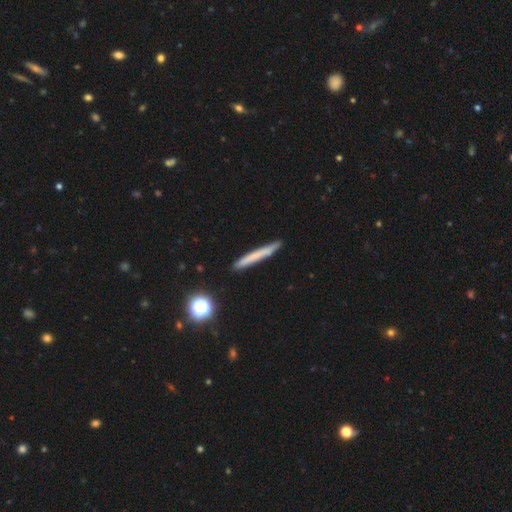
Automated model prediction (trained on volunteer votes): Q: Smooth or featured?
A: smooth (63%); runner-up: featured or disk (28%)
Q: How rounded?
A: cigar-shaped (96%); runner-up: in between (2%)
Q: Merging?
A: none (90%); runner-up: minor disturbance (7%)